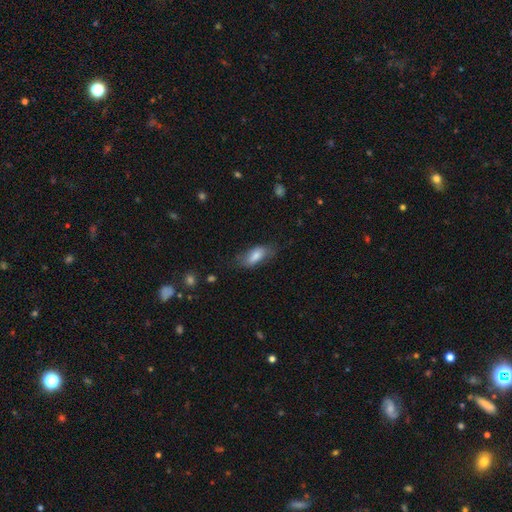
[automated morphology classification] This appears to be a smooth galaxy with no disk features (77%) that is in between round and cigar-shaped (81%). Merging: none (61%).